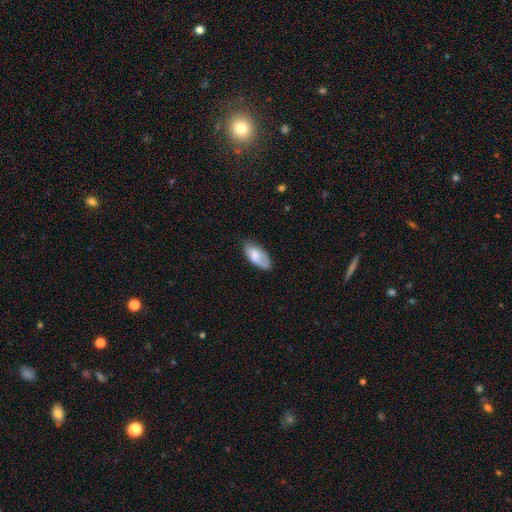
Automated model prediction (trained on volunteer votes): A smooth galaxy with no disk features (76%) that is in between round and cigar-shaped (90%). Merging: none (68%).